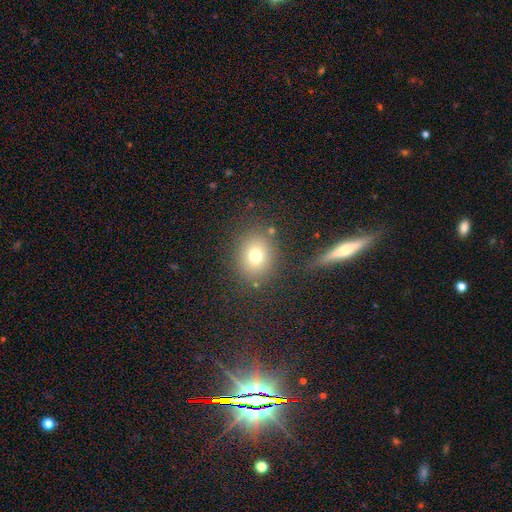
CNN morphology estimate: A smooth galaxy with no disk features (74%) that is round (73%). Merging: none (81%).